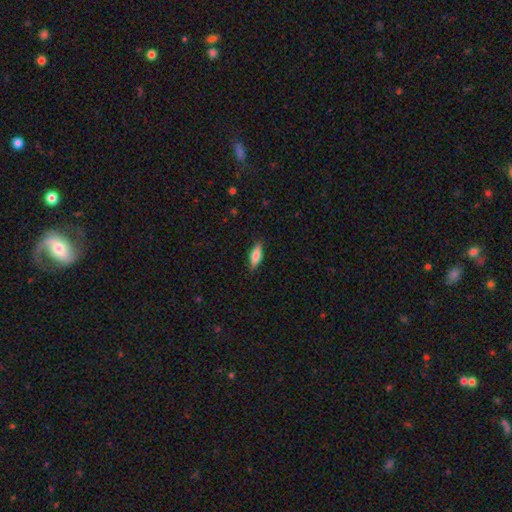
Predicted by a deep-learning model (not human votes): Smooth or featured? Predicted: smooth (p=0.76). How rounded? Predicted: in between (p=0.56). Merging? Predicted: none (p=0.85).